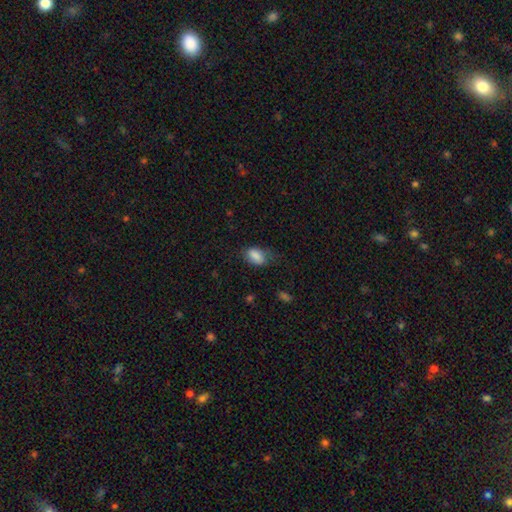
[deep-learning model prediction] Smooth or featured: smooth — 84% (featured or disk — 8%)
How rounded: in between — 89% (round — 9%)
Merging: none — 55% (minor disturbance — 31%)